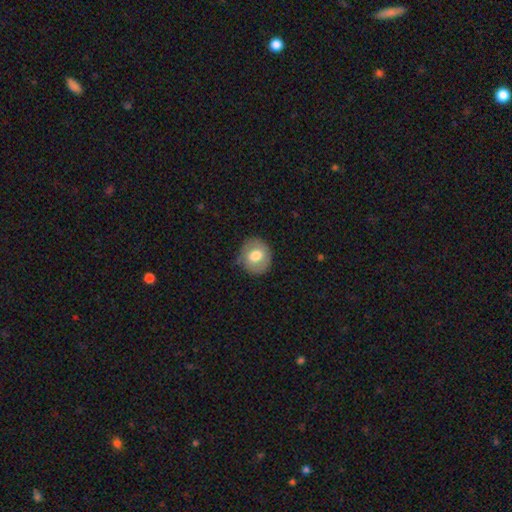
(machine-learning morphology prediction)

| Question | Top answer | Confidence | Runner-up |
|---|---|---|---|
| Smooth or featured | smooth | 62% | featured or disk (32%) |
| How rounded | round | 80% | in between (19%) |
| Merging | none | 75% | minor disturbance (18%) |